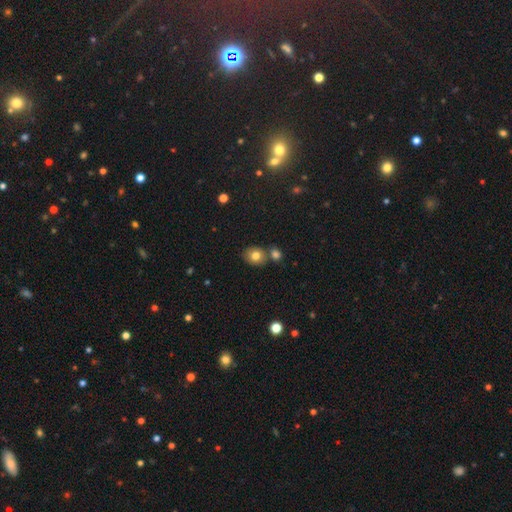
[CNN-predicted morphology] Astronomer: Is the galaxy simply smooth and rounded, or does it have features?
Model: smooth — 78%.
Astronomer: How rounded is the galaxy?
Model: round — 59% (runner-up: in between, 40%).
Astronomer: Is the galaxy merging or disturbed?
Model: none — 66%.